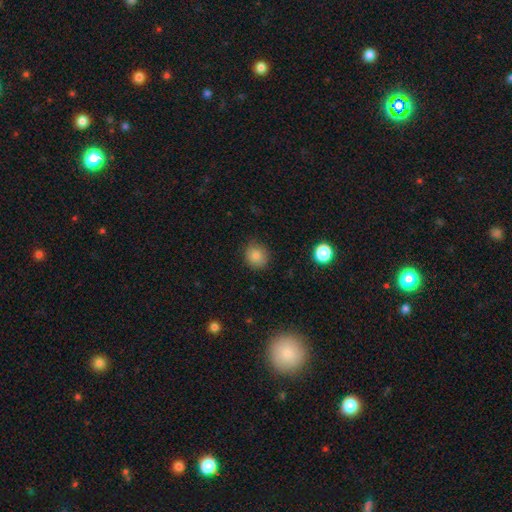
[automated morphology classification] Q: Smooth or featured?
A: smooth (84%); runner-up: star or artifact (11%)
Q: How rounded?
A: round (82%); runner-up: in between (17%)
Q: Merging?
A: none (81%); runner-up: minor disturbance (14%)